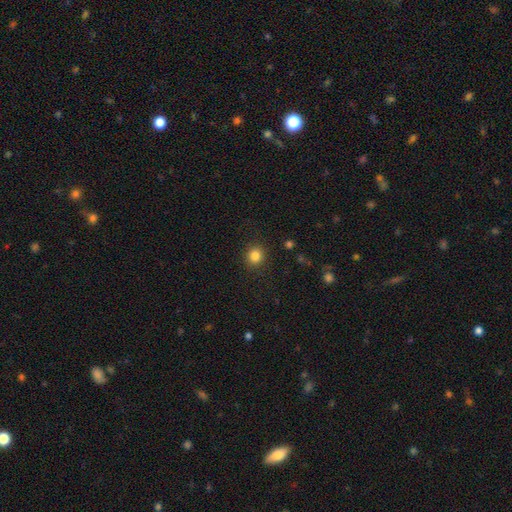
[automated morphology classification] smooth 84%, star or artifact 12%, featured or disk 5%. Down the decision tree: how rounded — round (89%); merging — none (90%).